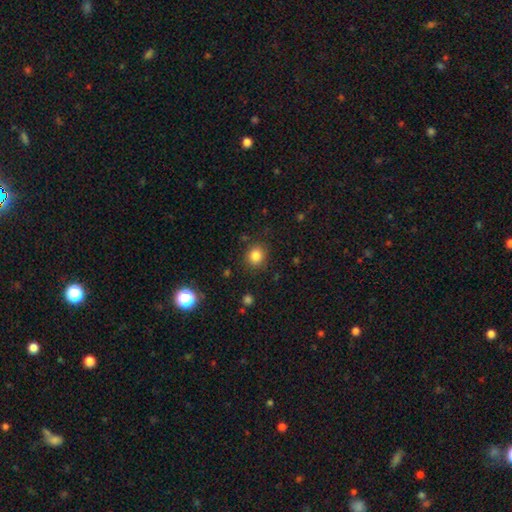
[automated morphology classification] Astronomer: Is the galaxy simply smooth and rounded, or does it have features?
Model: smooth — 83%.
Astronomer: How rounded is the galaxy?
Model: round — 80%.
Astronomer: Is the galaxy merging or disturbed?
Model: none — 86%.